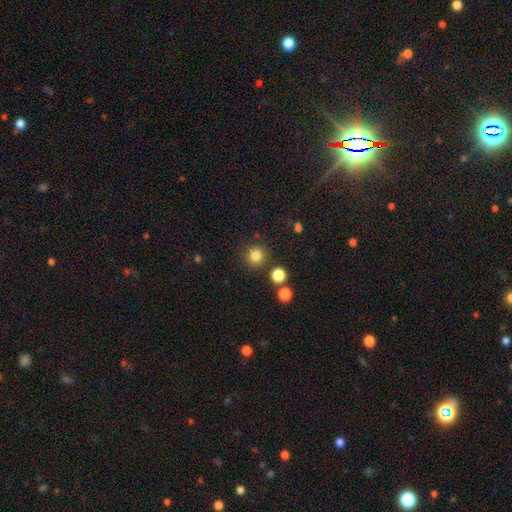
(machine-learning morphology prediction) type=smooth (82%); roundness=round (93%); merging=none (86%).